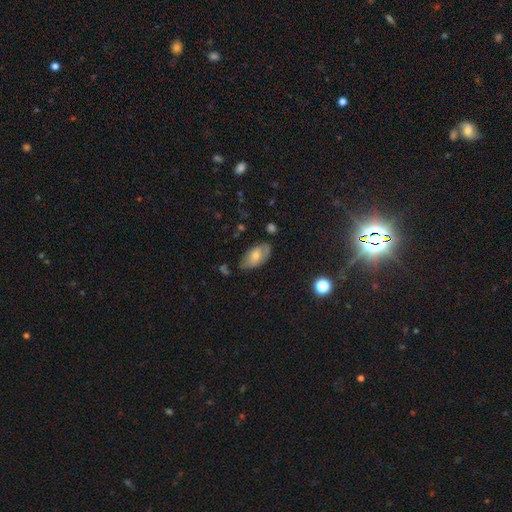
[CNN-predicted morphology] Overall: smooth (63%; featured or disk 29%). How rounded: in between (93%). Merging: none (62%; minor disturbance 28%).